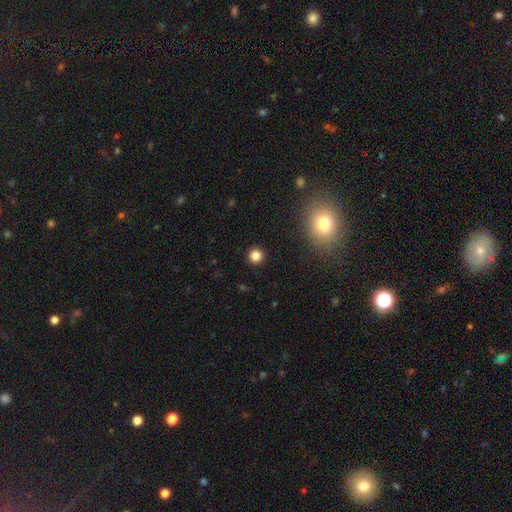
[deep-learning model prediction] Smooth or featured: smooth — 83% (star or artifact — 13%)
How rounded: round — 94% (in between — 5%)
Merging: none — 92% (minor disturbance — 5%)